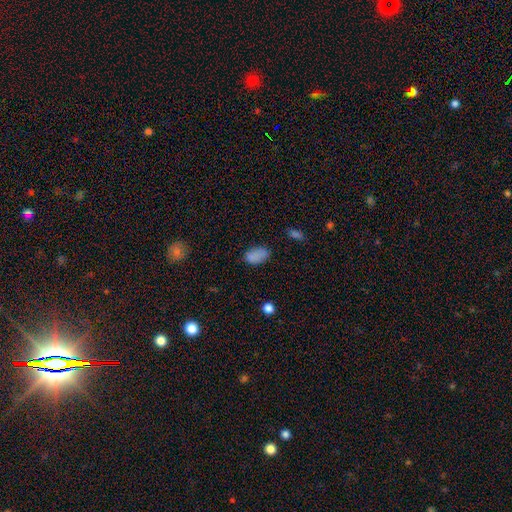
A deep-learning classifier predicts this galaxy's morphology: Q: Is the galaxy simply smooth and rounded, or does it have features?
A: smooth — 84%.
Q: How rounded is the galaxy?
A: in between — 92%.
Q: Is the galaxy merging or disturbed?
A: none — 73%.